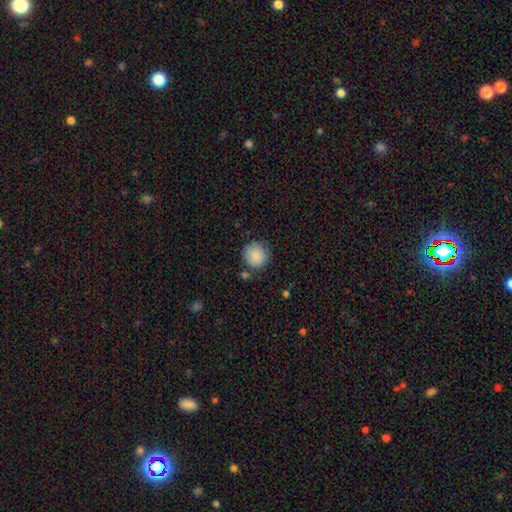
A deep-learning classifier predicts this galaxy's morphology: Smooth or featured?
  - smooth: 88% *
  - star or artifact: 7%
  - featured or disk: 5%
How rounded?
  - round: 93% *
  - in between: 6%
  - cigar-shaped: 1%
Merging?
  - none: 78% *
  - minor disturbance: 13%
  - merger: 5%
  - major disturbance: 4%